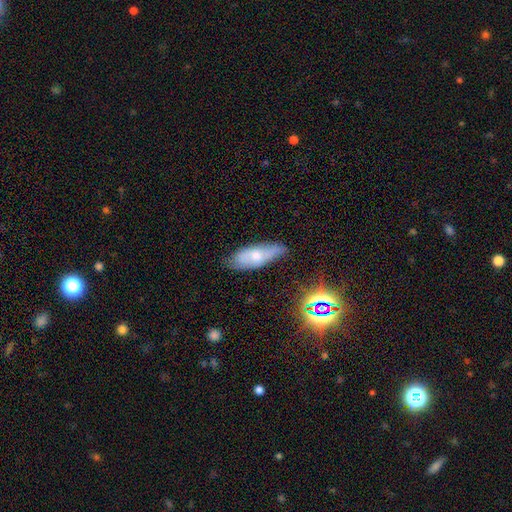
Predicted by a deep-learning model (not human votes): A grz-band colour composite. It shows a smooth galaxy with no disk features (55%) that is in between round and cigar-shaped (71%). Merging: none (65%).